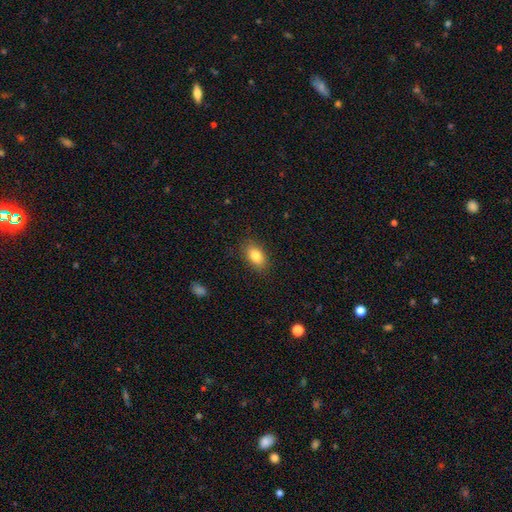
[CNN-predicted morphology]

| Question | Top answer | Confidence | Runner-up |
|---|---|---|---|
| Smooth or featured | smooth | 83% | featured or disk (9%) |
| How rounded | in between | 87% | round (10%) |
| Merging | none | 86% | minor disturbance (10%) |